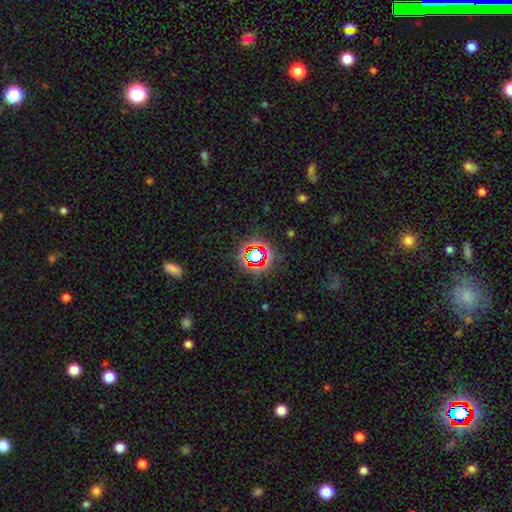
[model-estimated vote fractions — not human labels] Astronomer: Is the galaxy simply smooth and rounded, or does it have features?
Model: star or artifact — 70%.